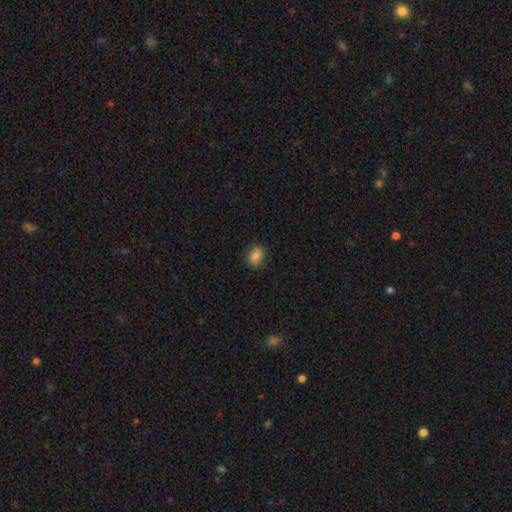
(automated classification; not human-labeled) Smooth or featured: smooth — 82% (star or artifact — 10%)
How rounded: in between — 59% (round — 40%)
Merging: none — 81% (minor disturbance — 15%)